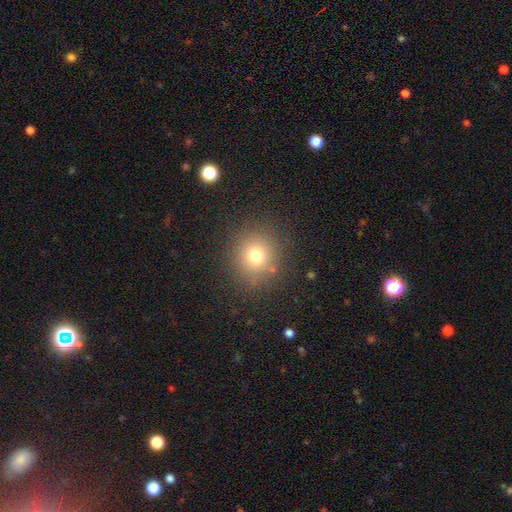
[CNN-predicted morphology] Smooth or featured? Predicted: smooth (p=0.73). How rounded? Predicted: round (p=0.87). Merging? Predicted: none (p=0.85).